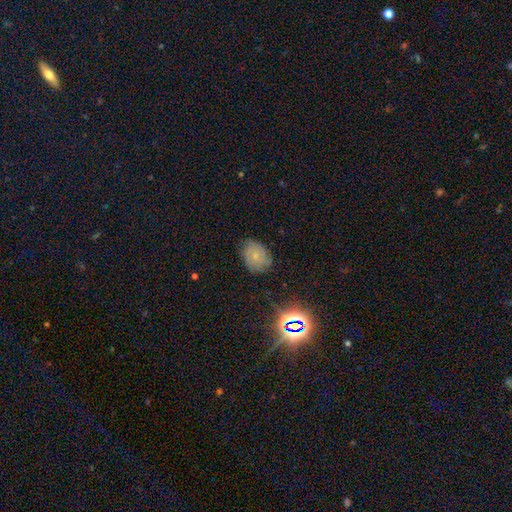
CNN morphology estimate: This appears to be a featured or disk galaxy (49%). Merging: none (73%).